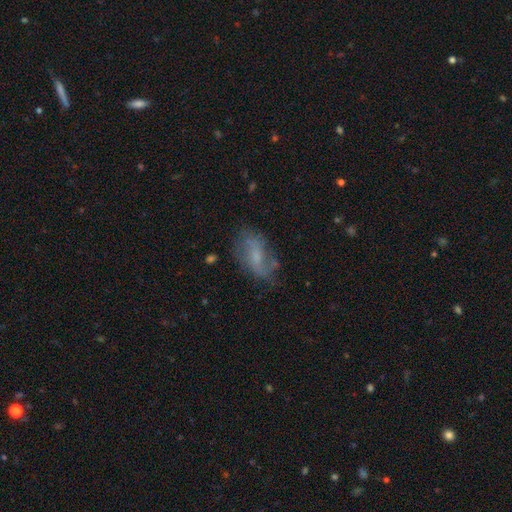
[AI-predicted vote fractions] A featured or disk galaxy (57%) with a weak bar (46%), spiral arms (80%) and a small central bulge (39%).

Vote fractions:
- Smooth or featured? featured or disk: 57% / smooth: 33% / star or artifact: 9%
- Edge-on disk? no: 94% / yes: 6%
- Bar? weak: 46% / no: 43% / strong: 11%
- Spiral arms? yes: 80% / no: 20%
- Bulge size? small: 39% / moderate: 28% / none: 27% / large: 4% / dominant: 1%
- Merging? none: 62% / minor disturbance: 23% / major disturbance: 13% / merger: 3%